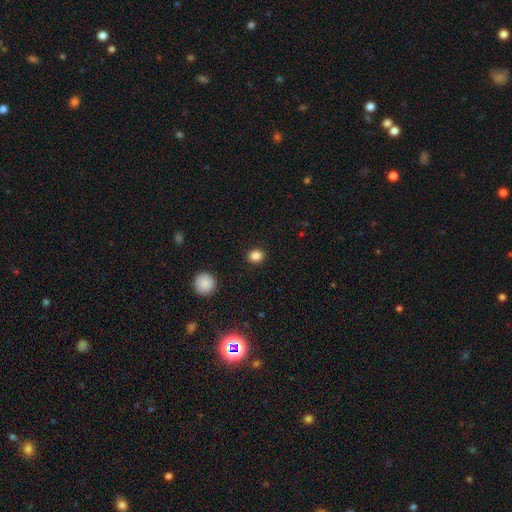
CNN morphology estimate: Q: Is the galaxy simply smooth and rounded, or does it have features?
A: smooth — 84%.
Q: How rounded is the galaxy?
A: round — 74%.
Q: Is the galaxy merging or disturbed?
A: none — 90%.